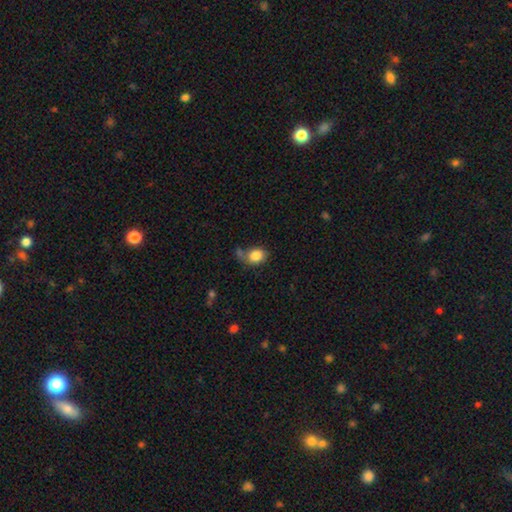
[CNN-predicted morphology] Smooth or featured: smooth — 84% (star or artifact — 9%)
How rounded: in between — 58% (round — 41%)
Merging: none — 49% (minor disturbance — 23%)